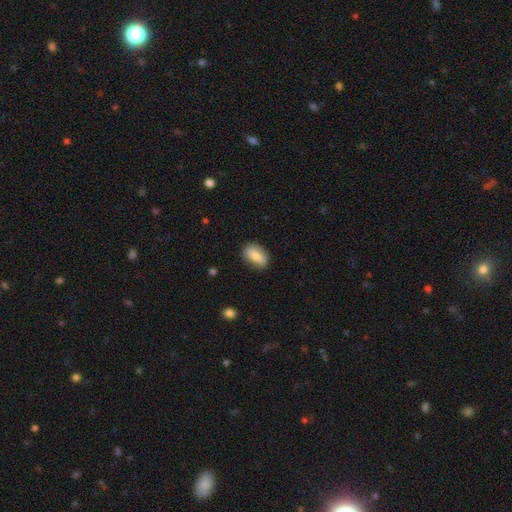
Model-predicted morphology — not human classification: smooth_or_featured: smooth (p=0.80) [alt: featured or disk p=0.13]
how_rounded: in between (p=0.87) [alt: round p=0.09]
merging: none (p=0.79) [alt: minor disturbance p=0.16]